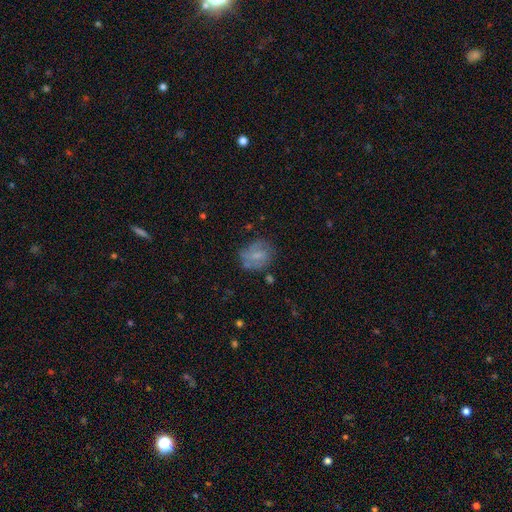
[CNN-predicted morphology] The model was most divided on "how rounded": round: 57%, in between: 42%, cigar-shaped: 1%. More confident: merging — none (61%); smooth or featured — smooth (59%).